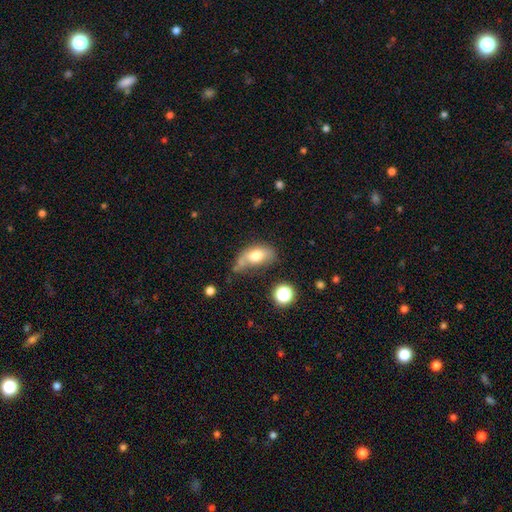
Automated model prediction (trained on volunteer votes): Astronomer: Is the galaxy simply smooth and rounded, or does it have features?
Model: smooth — 71%.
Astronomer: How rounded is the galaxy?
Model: in between — 86%.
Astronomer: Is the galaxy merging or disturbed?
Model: none — 35% (runner-up: minor disturbance, 29%).